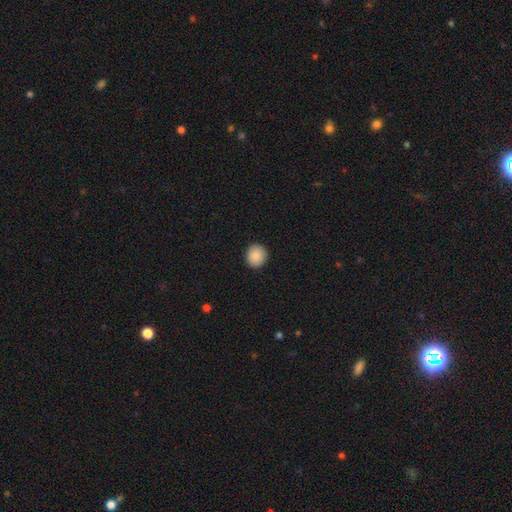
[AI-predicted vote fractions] Smooth or featured? Predicted: smooth (p=0.88). How rounded? Predicted: round (p=0.88). Merging? Predicted: none (p=0.92).